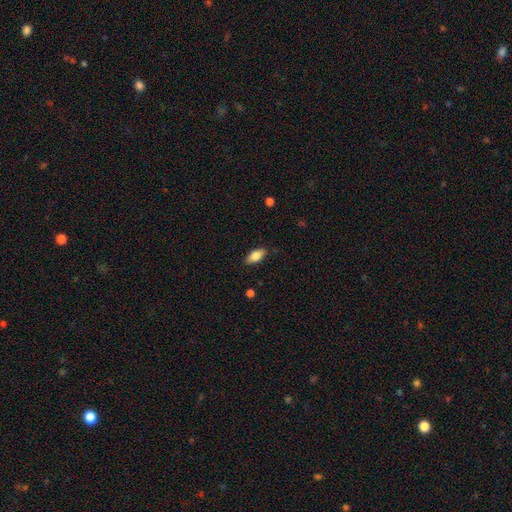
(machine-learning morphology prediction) Q: Smooth or featured?
A: smooth (82%); runner-up: featured or disk (11%)
Q: How rounded?
A: in between (89%); runner-up: cigar-shaped (8%)
Q: Merging?
A: none (87%); runner-up: minor disturbance (10%)